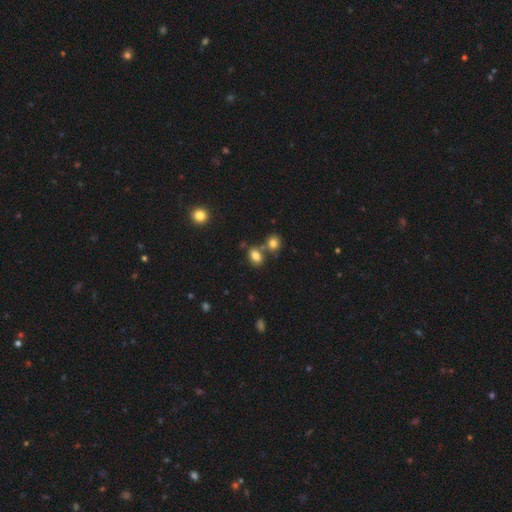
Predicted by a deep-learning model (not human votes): The model was most divided on "merging": none: 60%, merger: 24%, minor disturbance: 12%, major disturbance: 4%. More confident: smooth or featured — smooth (81%); how rounded — in between (78%).